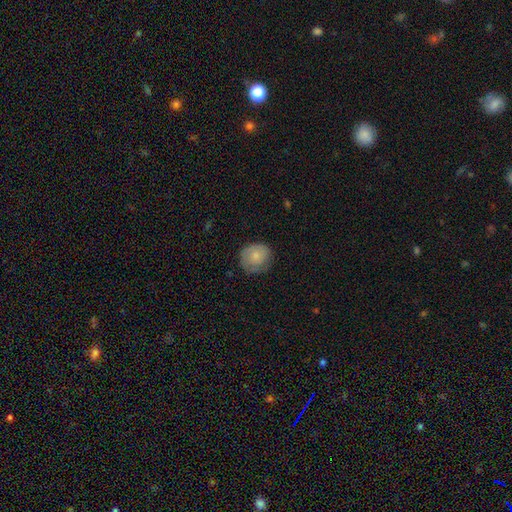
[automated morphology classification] The model was most divided on "merging": none: 71%, minor disturbance: 22%, major disturbance: 6%, merger: 1%. More confident: how rounded — round (82%); smooth or featured — smooth (77%).